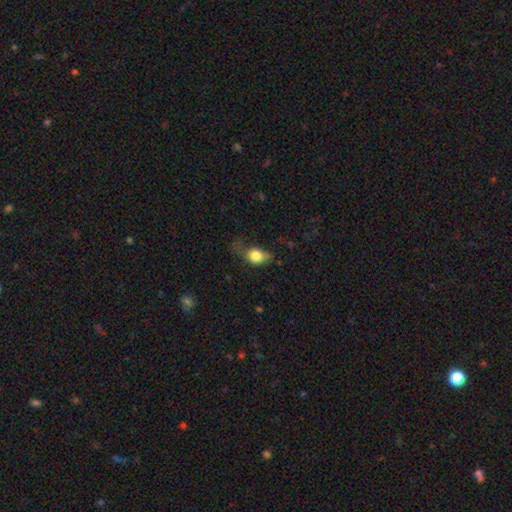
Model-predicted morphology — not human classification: Smooth or featured: smooth — 79% (featured or disk — 12%)
How rounded: round — 53% (in between — 45%)
Merging: none — 39% (minor disturbance — 33%)